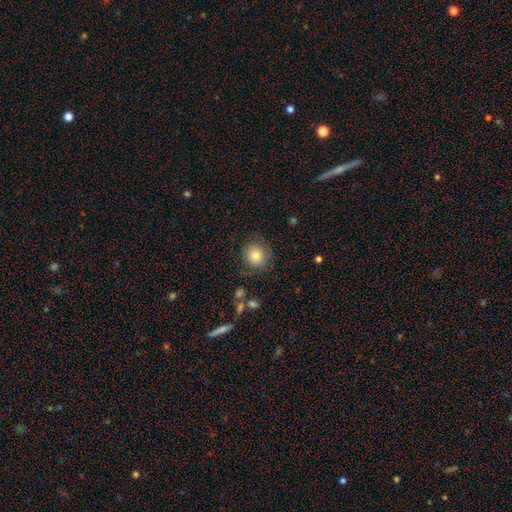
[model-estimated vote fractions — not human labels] Smooth or featured? smooth (72%)
How rounded? round (84%)
Merging? none (74%)